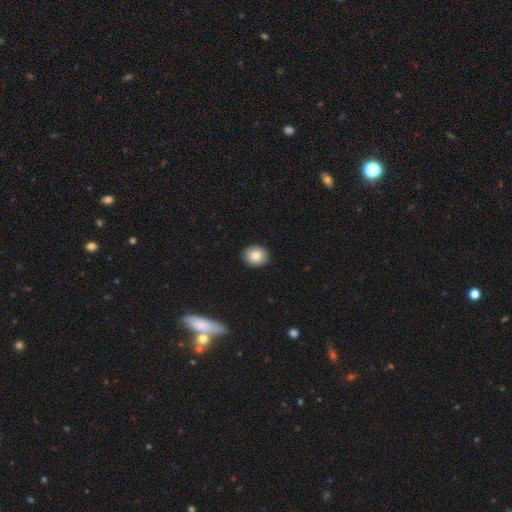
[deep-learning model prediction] Smooth or featured? smooth (84%)
How rounded? round (70%)
Merging? none (89%)